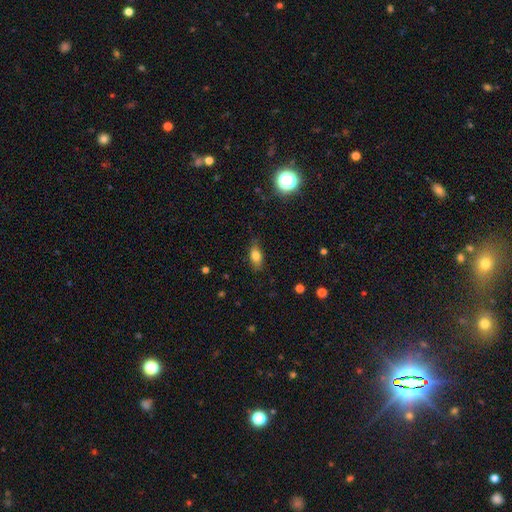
Smooth or featured? smooth (86%)
How rounded? in between (91%)
Merging? none (71%)